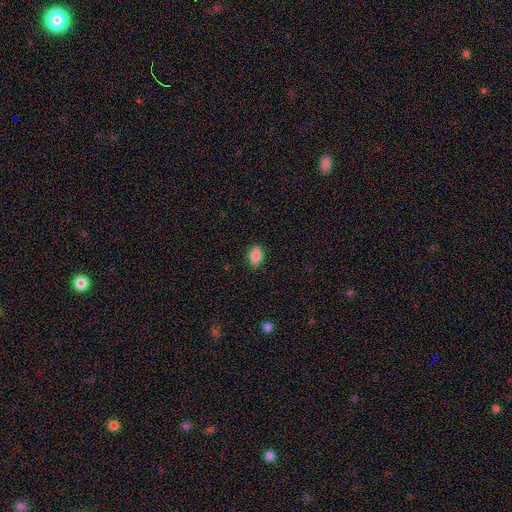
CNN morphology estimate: Smooth or featured: smooth — 87% (star or artifact — 8%)
How rounded: in between — 89% (round — 9%)
Merging: none — 85% (minor disturbance — 12%)